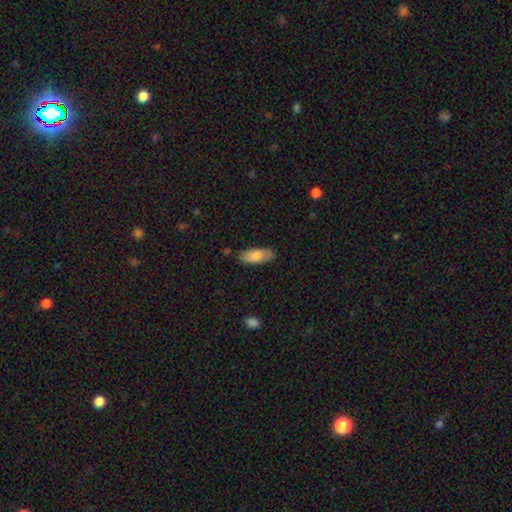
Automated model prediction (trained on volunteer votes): Morphology: type=smooth (84%); roundness=in between (80%); merging=none (79%).